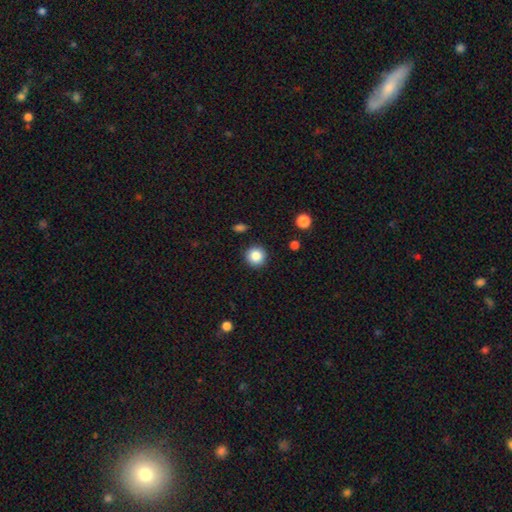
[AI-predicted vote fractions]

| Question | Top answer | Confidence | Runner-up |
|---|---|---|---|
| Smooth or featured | smooth | 86% | star or artifact (9%) |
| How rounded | round | 95% | in between (4%) |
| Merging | none | 91% | minor disturbance (6%) |